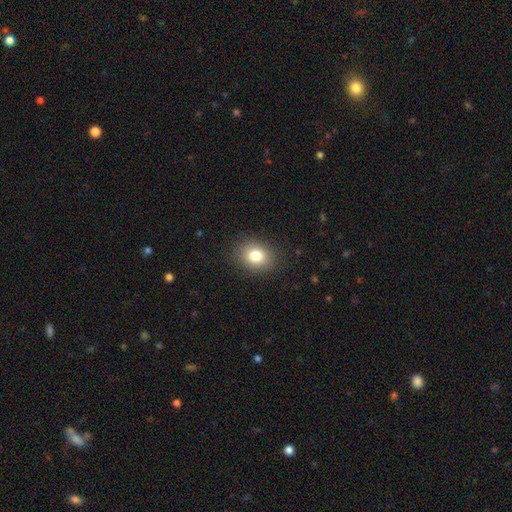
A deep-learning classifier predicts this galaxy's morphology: Smooth or featured?
  - smooth: 81% *
  - star or artifact: 11%
  - featured or disk: 8%
How rounded?
  - round: 52% *
  - in between: 48%
  - cigar-shaped: 1%
Merging?
  - none: 88% *
  - minor disturbance: 8%
  - major disturbance: 3%
  - merger: 1%